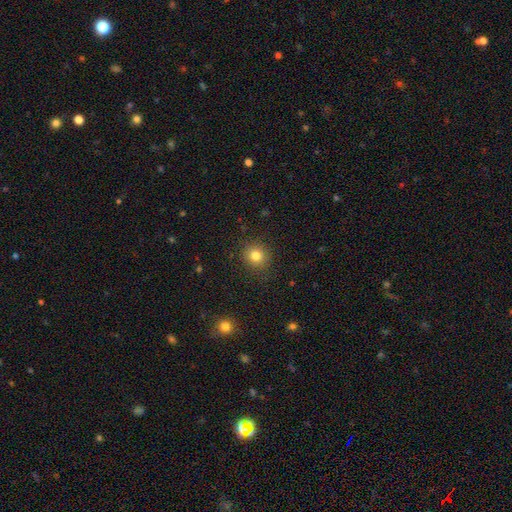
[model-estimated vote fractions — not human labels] The model was most divided on "smooth or featured": smooth: 81%, star or artifact: 12%, featured or disk: 7%. More confident: merging — none (88%); how rounded — round (86%).